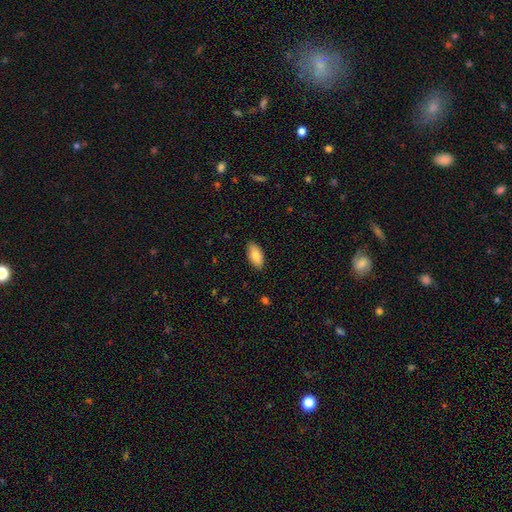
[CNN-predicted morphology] This appears to be a smooth galaxy with no disk features (85%) that is in between round and cigar-shaped (91%). Merging: none (87%).